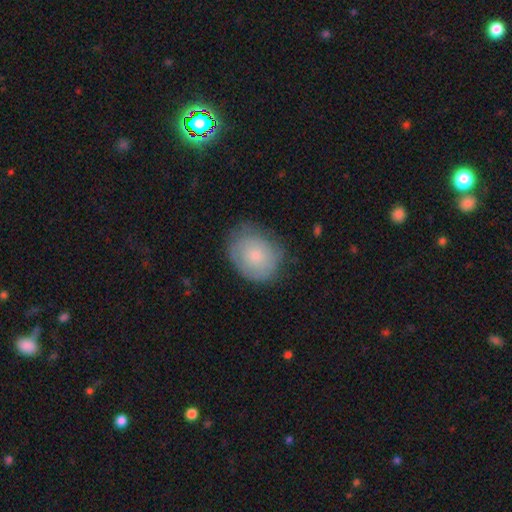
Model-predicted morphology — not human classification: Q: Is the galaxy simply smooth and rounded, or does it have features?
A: smooth — 67%.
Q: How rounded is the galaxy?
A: round — 50%.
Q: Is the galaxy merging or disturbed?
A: none — 65%.